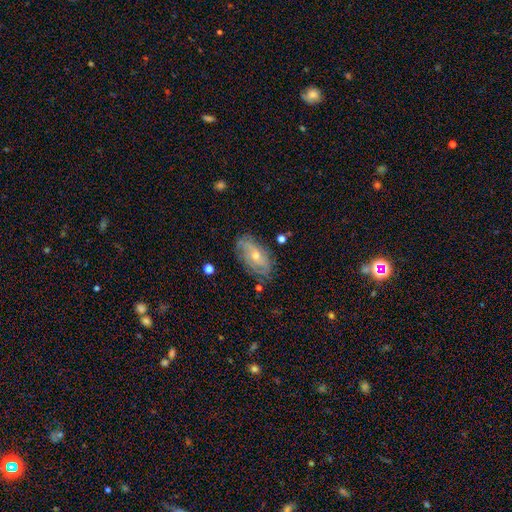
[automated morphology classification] Overall: featured or disk (61%; smooth 30%). Edge-on disk: no (88%). Bar: no (66%; weak 27%). Spiral arms: yes (71%). Bulge size: small (51%; moderate 46%). Merging: none (73%).